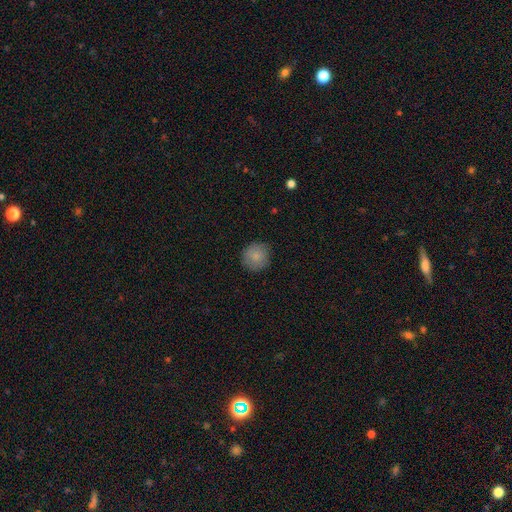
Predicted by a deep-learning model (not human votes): smooth_or_featured: smooth (p=0.85) [alt: star or artifact p=0.08]
how_rounded: round (p=0.92) [alt: in between p=0.07]
merging: none (p=0.85) [alt: minor disturbance p=0.12]